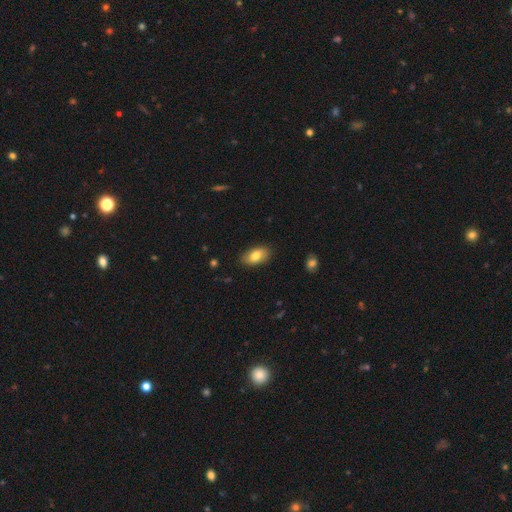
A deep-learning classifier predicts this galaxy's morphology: smooth_or_featured: smooth (p=0.81) [alt: featured or disk p=0.13]
how_rounded: in between (p=0.92) [alt: round p=0.04]
merging: none (p=0.87) [alt: minor disturbance p=0.10]